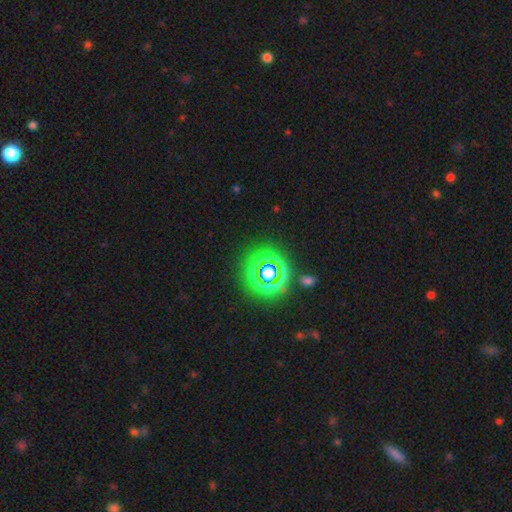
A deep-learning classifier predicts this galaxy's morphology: A star or artifact, not a galaxy (66%).

Vote fractions:
- Smooth or featured? star or artifact: 66% / smooth: 28% / featured or disk: 6%